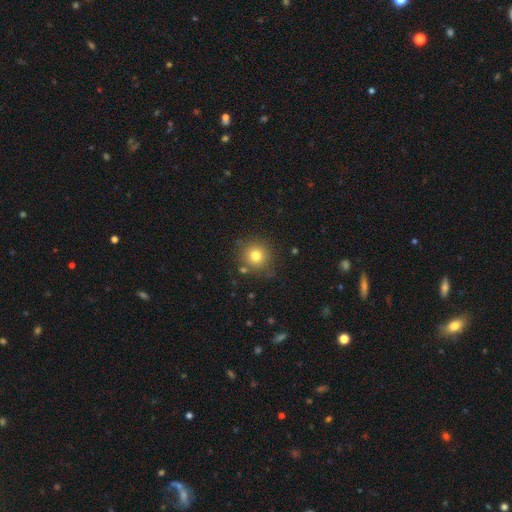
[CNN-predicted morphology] smooth_or_featured: smooth (p=0.78) [alt: star or artifact p=0.13]
how_rounded: round (p=0.91) [alt: in between p=0.08]
merging: none (p=0.83) [alt: minor disturbance p=0.10]